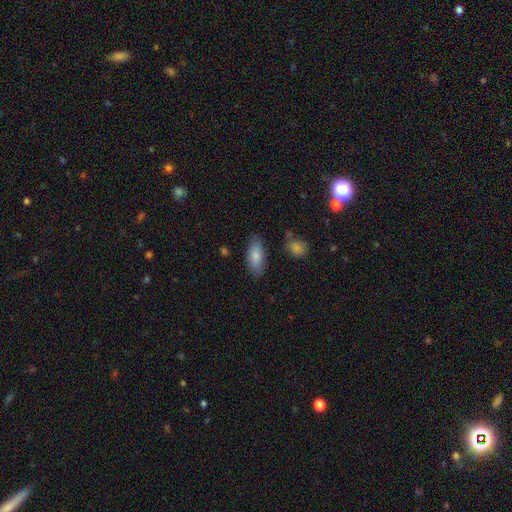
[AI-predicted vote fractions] A smooth galaxy with no disk features (83%) that is in between round and cigar-shaped (85%).

Vote fractions:
- Smooth or featured? smooth: 83% / featured or disk: 11% / star or artifact: 6%
- How rounded? in between: 85% / cigar-shaped: 13% / round: 2%
- Merging? none: 79% / minor disturbance: 15% / major disturbance: 3% / merger: 3%